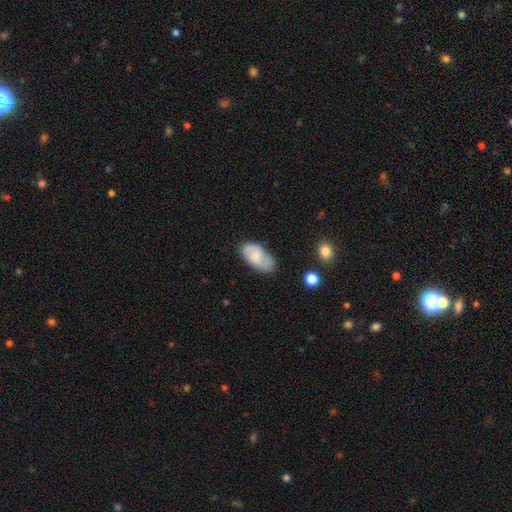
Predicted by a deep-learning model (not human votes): This is possibly a smooth galaxy (59%). How rounded: clearly in between (93%). Merging: likely none (70%).